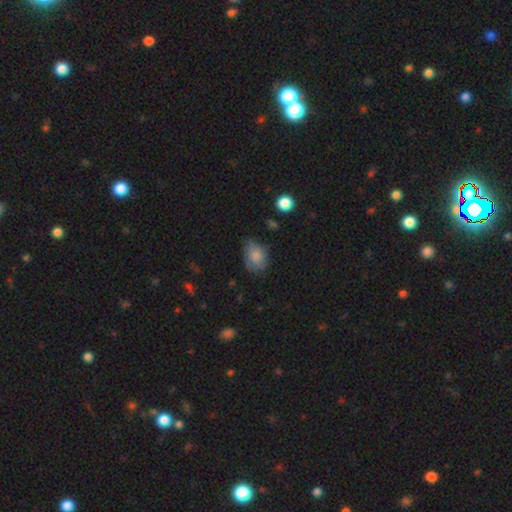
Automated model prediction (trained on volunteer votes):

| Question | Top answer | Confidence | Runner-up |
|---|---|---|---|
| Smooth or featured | smooth | 78% | featured or disk (14%) |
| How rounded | in between | 66% | round (33%) |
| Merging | none | 59% | minor disturbance (30%) |